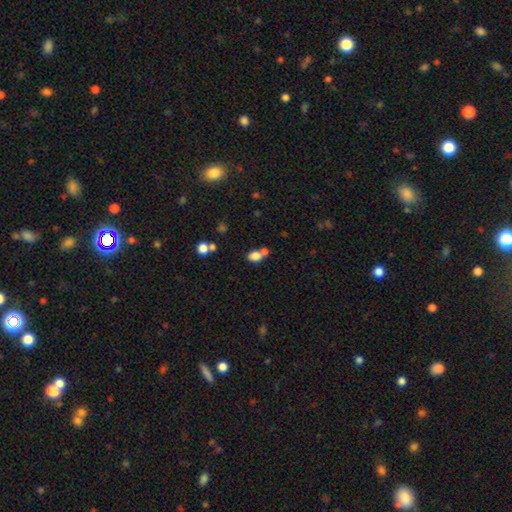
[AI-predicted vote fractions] The model was most divided on "merging": none: 43%, merger: 42%, minor disturbance: 11%, major disturbance: 5%. More confident: smooth or featured — smooth (80%); how rounded — in between (66%).